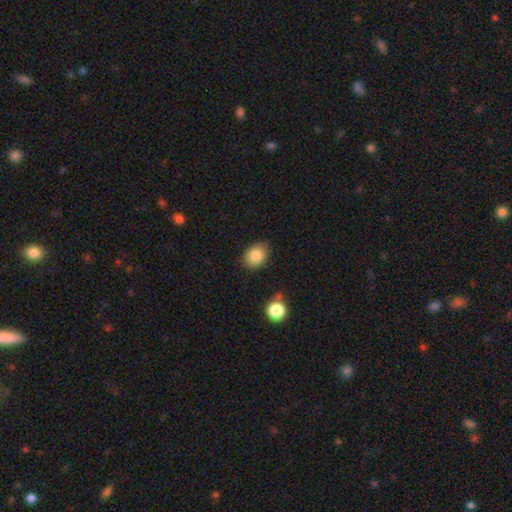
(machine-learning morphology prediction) This appears to be a smooth galaxy with no disk features (85%) that is in between round and cigar-shaped (61%). Merging: none (78%).